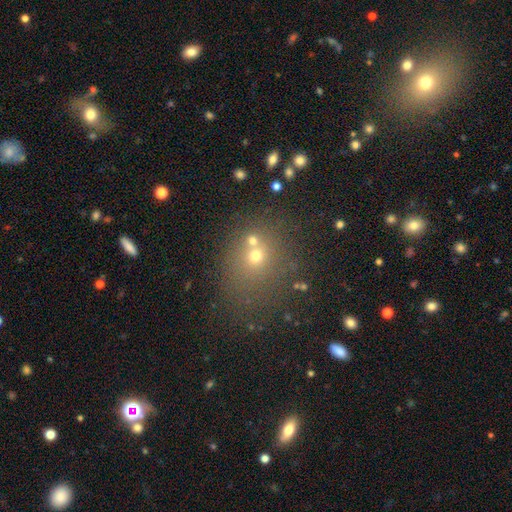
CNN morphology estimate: smooth 60%, star or artifact 25%, featured or disk 15%. Down the decision tree: how rounded — round (72%); merging — none (59%).